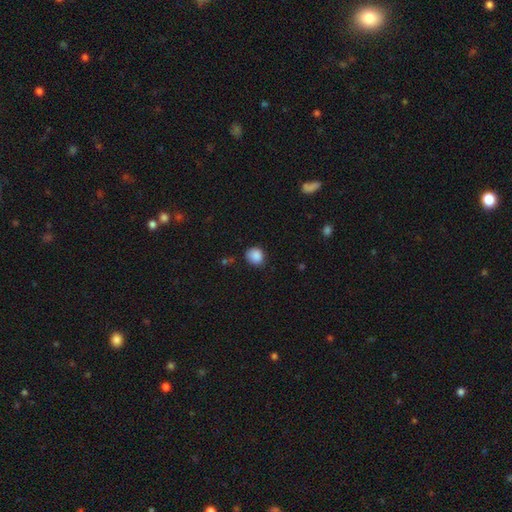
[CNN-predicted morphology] This is clearly a smooth galaxy (88%). How rounded: likely round (80%). Merging: likely none (76%).